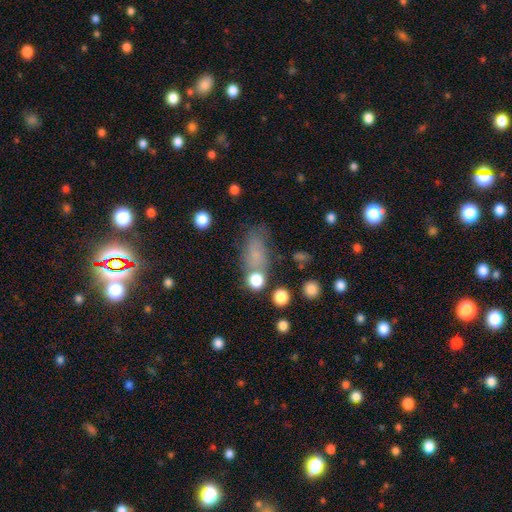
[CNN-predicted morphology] This is likely a smooth galaxy (66%). How rounded: likely in between (77%). Merging: possibly none (55%).